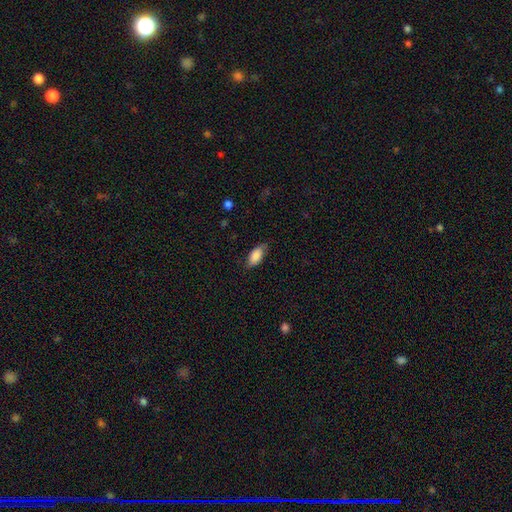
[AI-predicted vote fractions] Smooth or featured? smooth (85%)
How rounded? in between (89%)
Merging? none (74%)